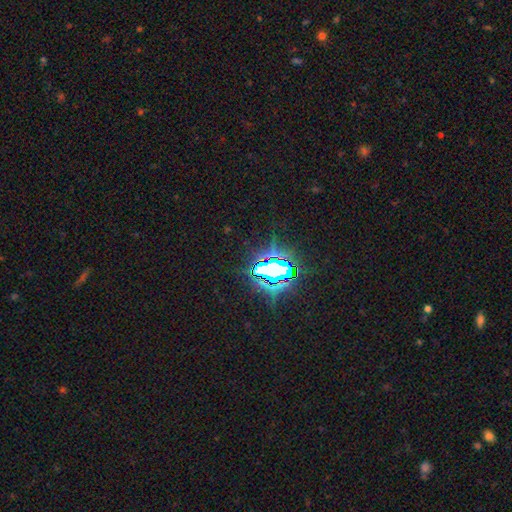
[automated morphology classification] smooth_or_featured: star or artifact (p=0.81) [alt: smooth p=0.11]